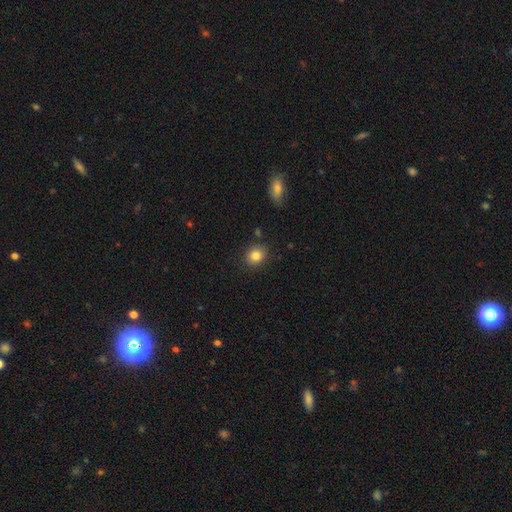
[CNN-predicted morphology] Smooth or featured? smooth (82%)
How rounded? round (69%)
Merging? none (85%)